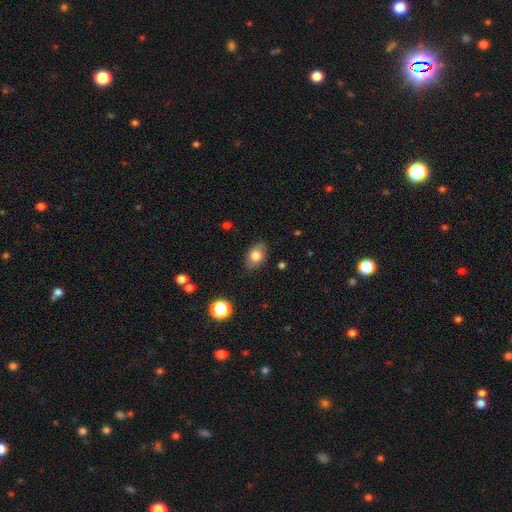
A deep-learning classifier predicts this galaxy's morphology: Smooth or featured: smooth — 79% (featured or disk — 13%)
How rounded: in between — 81% (round — 17%)
Merging: none — 82% (minor disturbance — 14%)